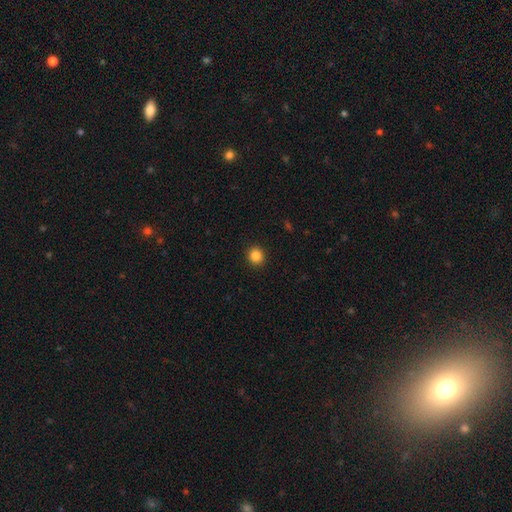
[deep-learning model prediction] This appears to be a smooth galaxy with no disk features (85%) that is round (90%). Merging: none (93%).